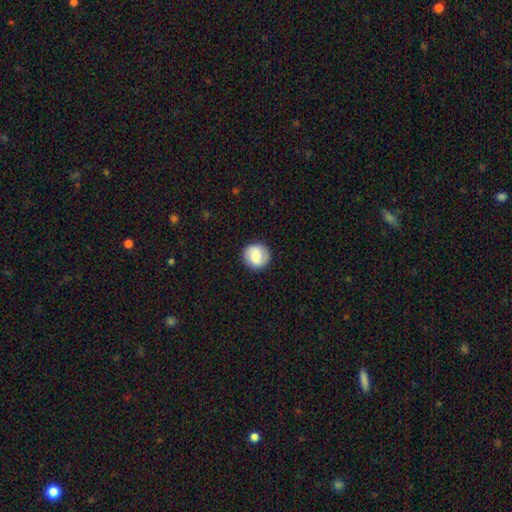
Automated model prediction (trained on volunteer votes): smooth 73%, featured or disk 20%, star or artifact 7%. Down the decision tree: how rounded — round (93%); merging — none (89%).